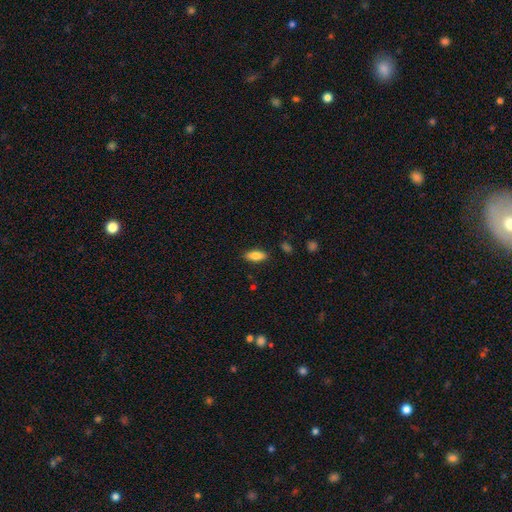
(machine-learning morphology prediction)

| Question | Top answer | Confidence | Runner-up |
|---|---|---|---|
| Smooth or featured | smooth | 82% | featured or disk (11%) |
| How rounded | in between | 81% | cigar-shaped (16%) |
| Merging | none | 86% | minor disturbance (10%) |